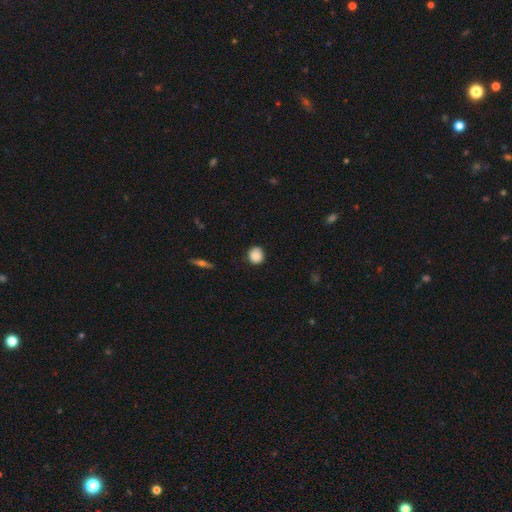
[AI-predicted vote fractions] Smooth or featured: smooth — 87% (star or artifact — 8%)
How rounded: round — 88% (in between — 11%)
Merging: none — 86% (minor disturbance — 10%)